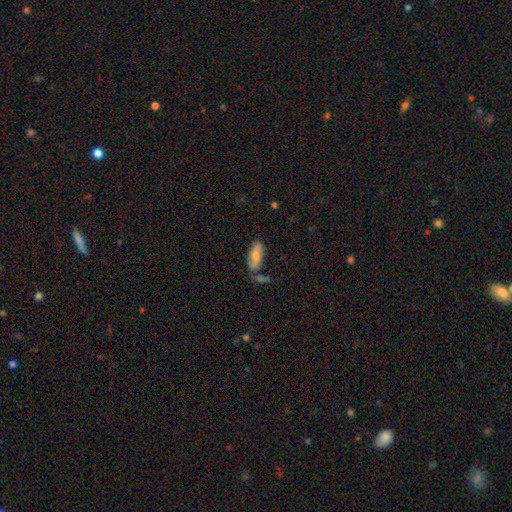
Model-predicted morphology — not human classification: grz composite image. It shows a smooth galaxy with no disk features (65%) that is in between round and cigar-shaped (80%). Merging: none (60%).